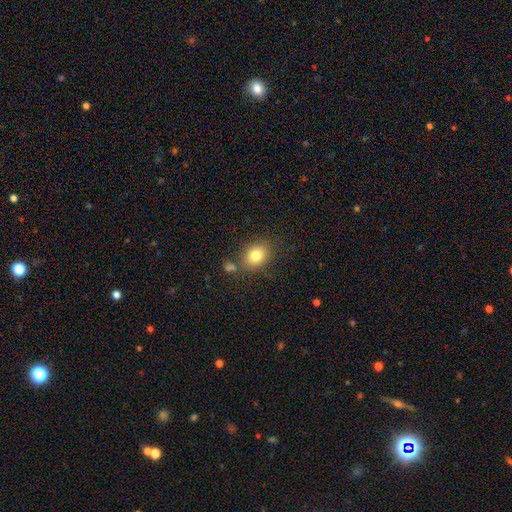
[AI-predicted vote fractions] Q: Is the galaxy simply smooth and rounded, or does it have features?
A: smooth — 81%.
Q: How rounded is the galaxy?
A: in between — 53%.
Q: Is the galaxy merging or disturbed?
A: none — 72%.